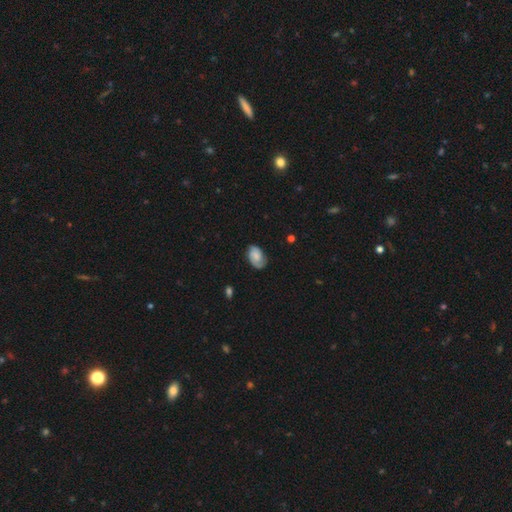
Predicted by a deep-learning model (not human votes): smooth_or_featured: featured or disk (p=0.48) [alt: smooth p=0.44]
merging: none (p=0.74) [alt: minor disturbance p=0.19]